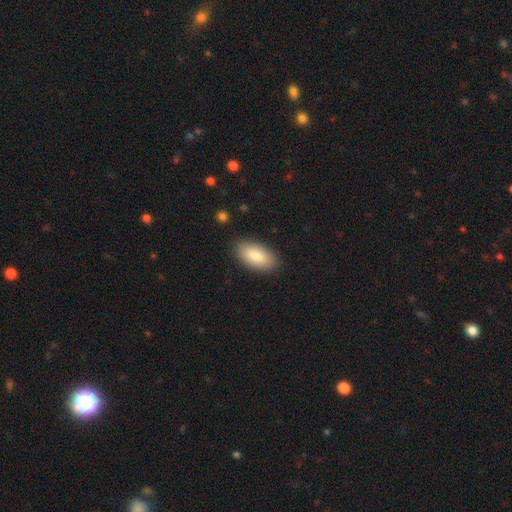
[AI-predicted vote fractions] Smooth or featured: smooth — 85% (featured or disk — 9%)
How rounded: in between — 92% (cigar-shaped — 6%)
Merging: none — 86% (minor disturbance — 10%)